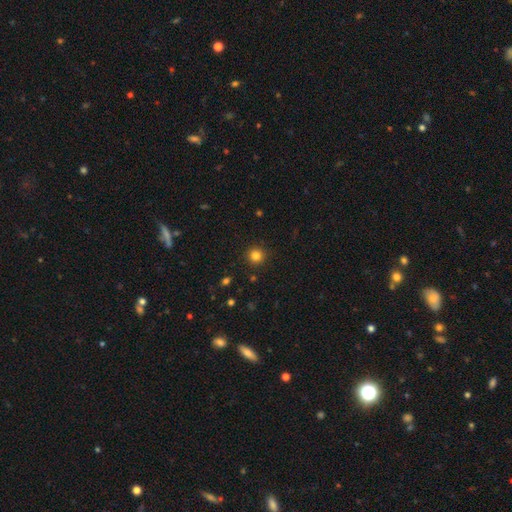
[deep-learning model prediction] Morphology: type=smooth (82%); roundness=round (94%); merging=none (91%).